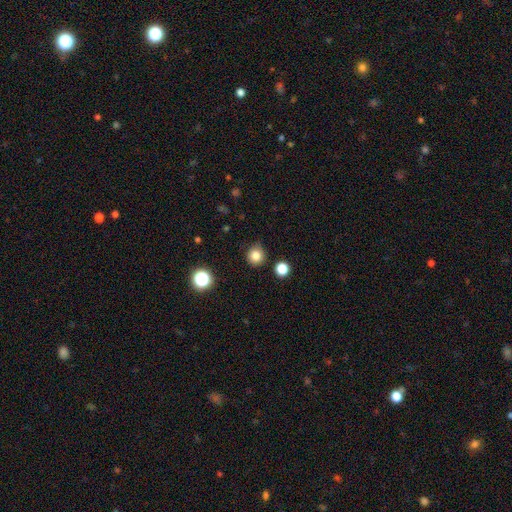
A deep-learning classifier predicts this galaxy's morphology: smooth-or-featured: smooth: 82% | star or artifact: 13% | featured or disk: 5%
  how-rounded: round: 92% | in between: 7% | cigar-shaped: 1%
  merging: none: 85% | minor disturbance: 10% | major disturbance: 2% | merger: 2%